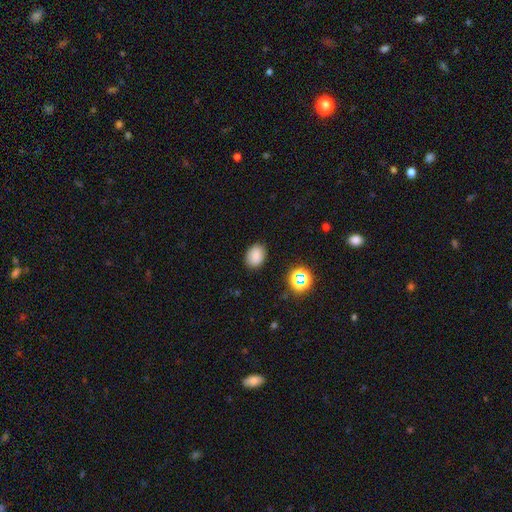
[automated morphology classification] Smooth or featured? smooth (82%)
How rounded? in between (63%)
Merging? none (84%)